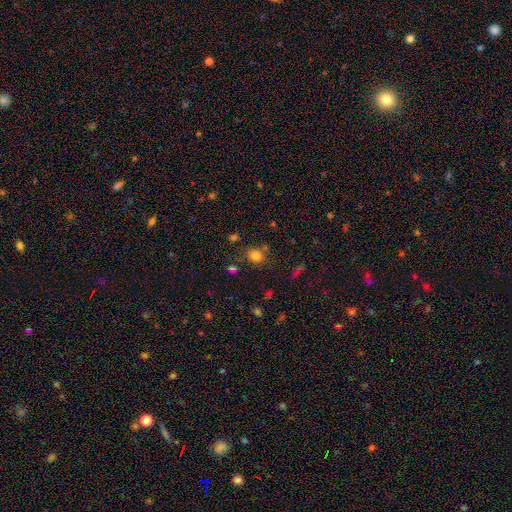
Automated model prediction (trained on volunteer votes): This is likely a smooth galaxy (79%). How rounded: likely round (74%). Merging: likely none (75%).